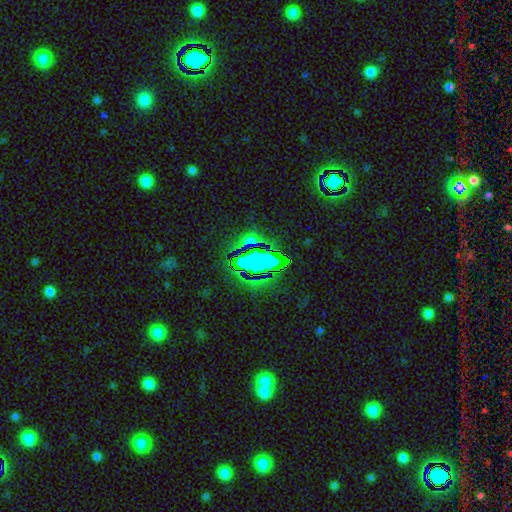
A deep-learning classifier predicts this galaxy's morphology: This is likely a star or artifact rather than a galaxy (79%).